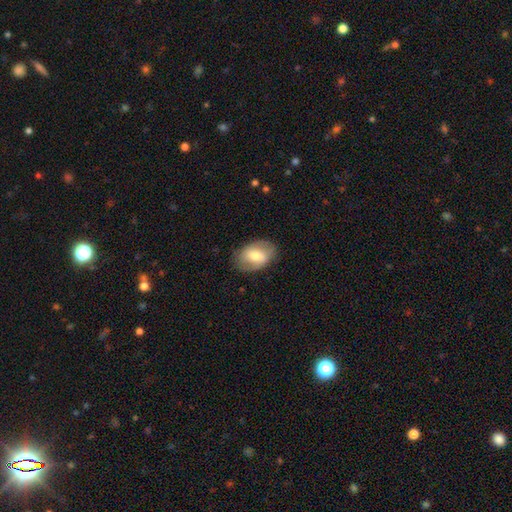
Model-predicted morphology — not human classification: Smooth or featured: smooth — 56% (featured or disk — 37%)
How rounded: in between — 86% (round — 12%)
Merging: none — 78% (minor disturbance — 16%)